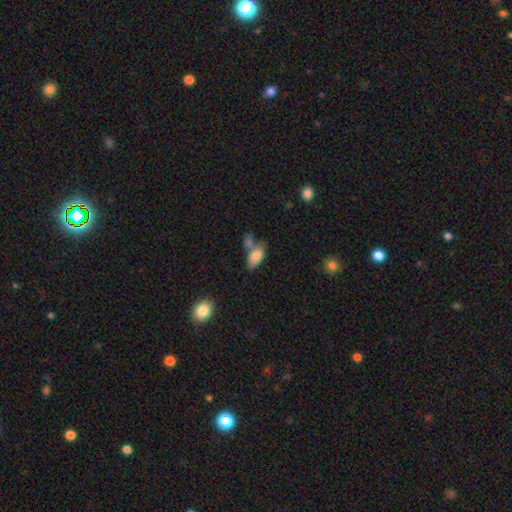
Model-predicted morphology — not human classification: This appears to be a smooth galaxy with no disk features (80%) that is in between round and cigar-shaped (91%). Merging: none (41%).